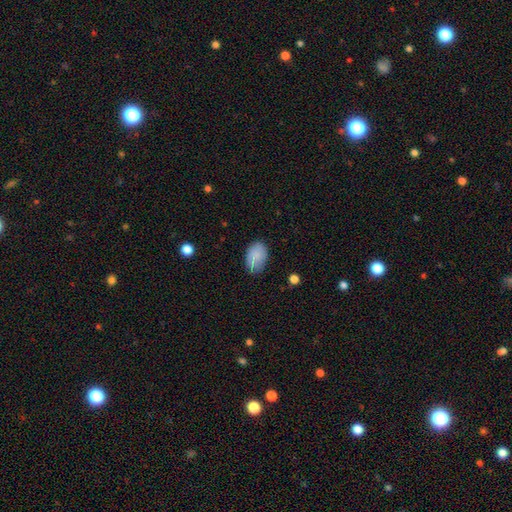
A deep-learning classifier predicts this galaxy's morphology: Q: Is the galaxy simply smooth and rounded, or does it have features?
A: smooth — 83%.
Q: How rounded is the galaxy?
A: in between — 88%.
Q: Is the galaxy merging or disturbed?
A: none — 73%.